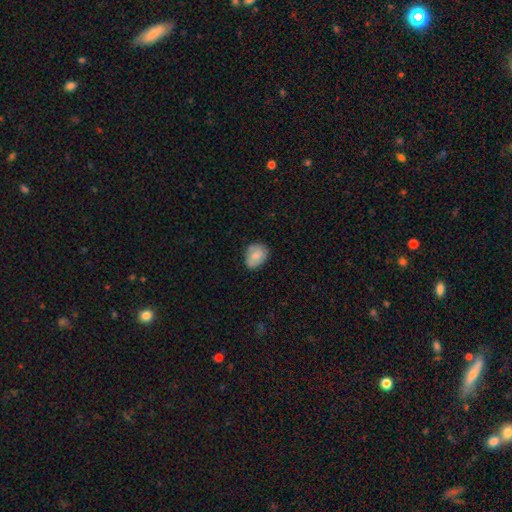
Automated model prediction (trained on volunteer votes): Q: Smooth or featured?
A: smooth (72%); runner-up: featured or disk (21%)
Q: How rounded?
A: in between (55%); runner-up: round (44%)
Q: Merging?
A: none (71%); runner-up: minor disturbance (24%)